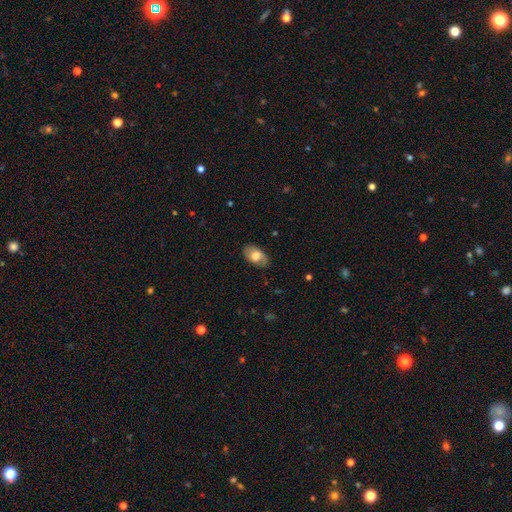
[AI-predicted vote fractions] This appears to be a smooth galaxy with no disk features (64%) that is in between round and cigar-shaped (91%). Merging: none (79%).